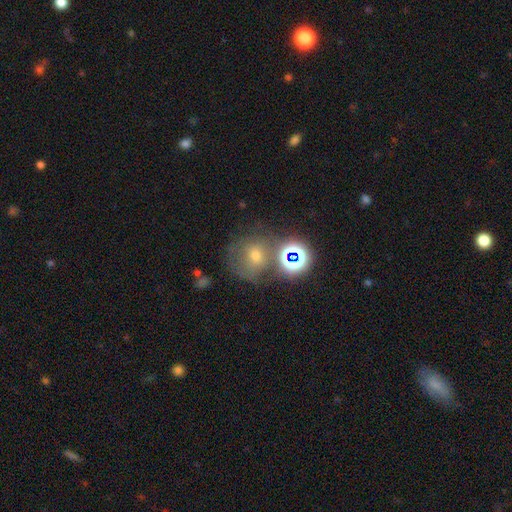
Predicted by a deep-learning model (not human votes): Smooth or featured: smooth — 44% (star or artifact — 33%)
Merging: none — 51% (merger — 20%)